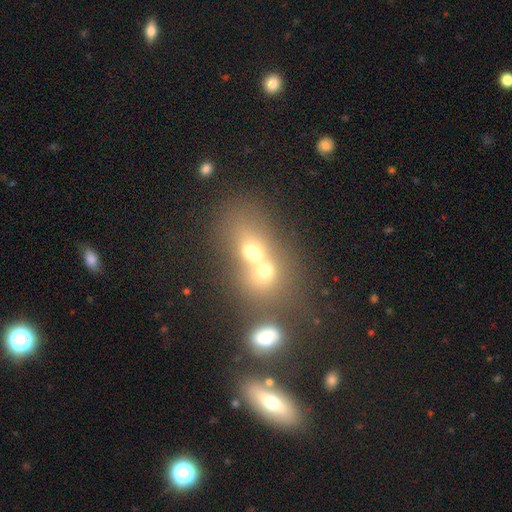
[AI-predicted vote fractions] Smooth or featured?
  - smooth: 57% *
  - featured or disk: 25%
  - star or artifact: 19%
How rounded?
  - round: 53% *
  - in between: 44%
  - cigar-shaped: 3%
Merging?
  - merger: 71% *
  - none: 19%
  - minor disturbance: 5%
  - major disturbance: 4%